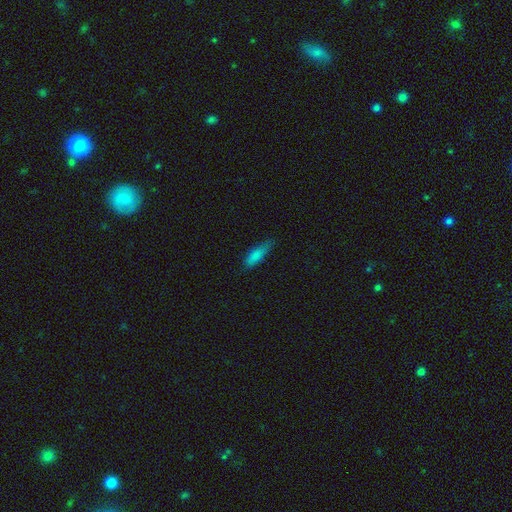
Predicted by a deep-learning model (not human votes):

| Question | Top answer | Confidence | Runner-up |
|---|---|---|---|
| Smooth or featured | smooth | 81% | featured or disk (11%) |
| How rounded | cigar-shaped | 52% | in between (46%) |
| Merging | none | 71% | minor disturbance (24%) |